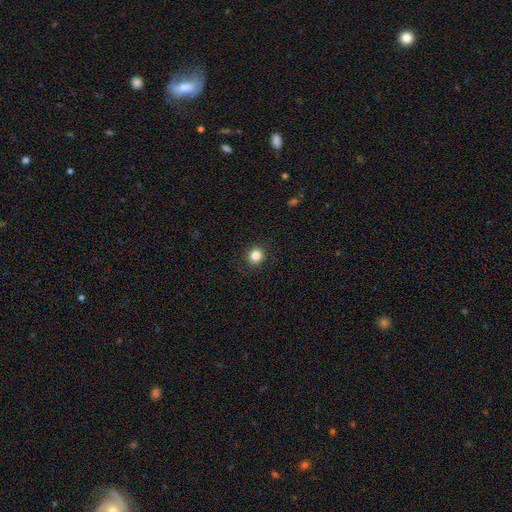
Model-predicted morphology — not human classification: This appears to be a smooth galaxy with no disk features (84%) that is round (91%). Merging: none (92%).